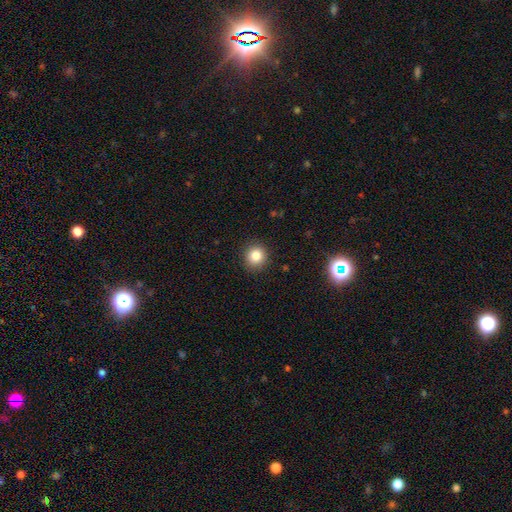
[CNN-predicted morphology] This is clearly a smooth galaxy (83%). How rounded: clearly round (90%). Merging: clearly none (91%).